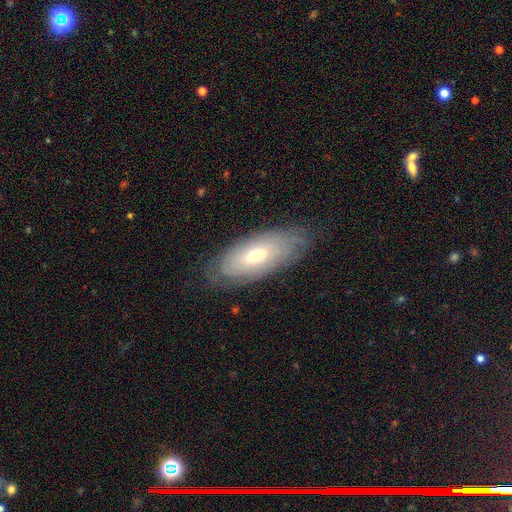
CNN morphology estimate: A featured or disk galaxy (51%).

Vote fractions:
- Smooth or featured? featured or disk: 51% / smooth: 41% / star or artifact: 7%
- Edge-on disk? no: 80% / yes: 20%
- Merging? none: 75% / minor disturbance: 19% / major disturbance: 5% / merger: 1%